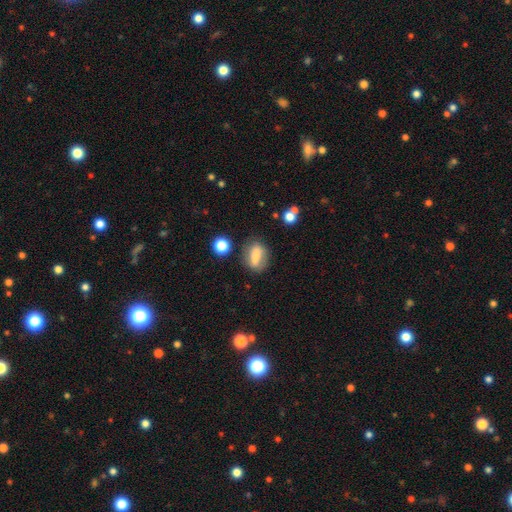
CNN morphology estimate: smooth 65%, featured or disk 26%, star or artifact 9%. Down the decision tree: how rounded — in between (68%); merging — none (76%).